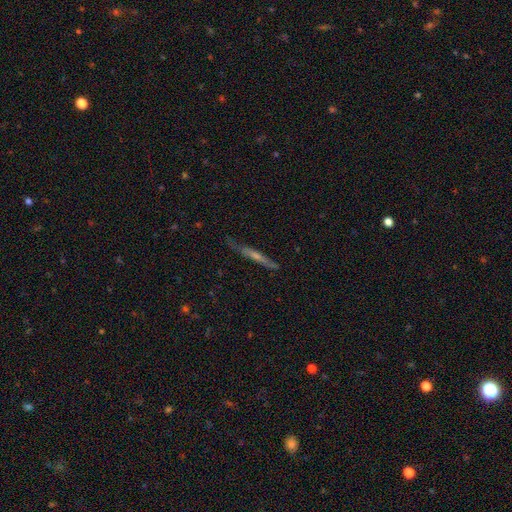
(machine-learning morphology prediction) A featured or disk galaxy (66%) viewed edge-on (94%) with a rounded central bulge (56%). Merging: none (78%).